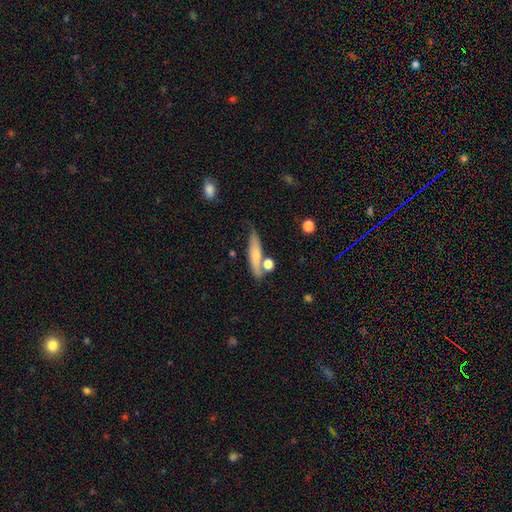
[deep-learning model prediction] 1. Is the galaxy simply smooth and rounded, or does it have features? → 58% smooth, 35% featured or disk, 7% star or artifact.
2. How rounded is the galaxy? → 72% cigar-shaped, 23% in between, 5% round.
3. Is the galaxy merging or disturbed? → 60% none, 20% minor disturbance, 14% merger, 6% major disturbance.